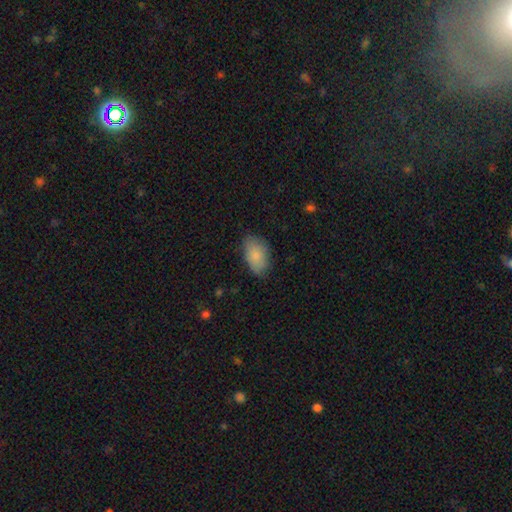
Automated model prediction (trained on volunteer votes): Morphology: type=smooth (86%); roundness=in between (93%); merging=none (76%).